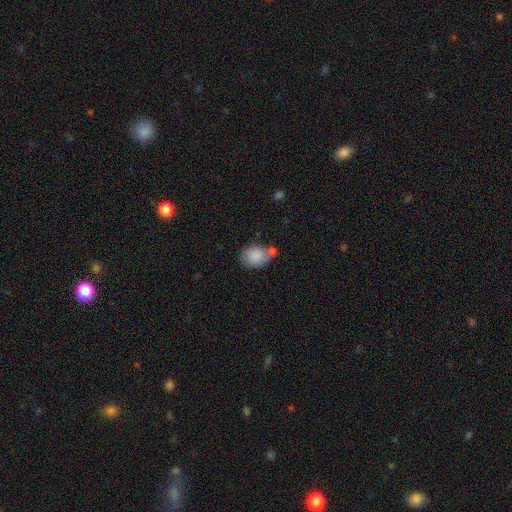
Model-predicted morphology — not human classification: type=smooth (83%); roundness=in between (59%); merging=none (44%).